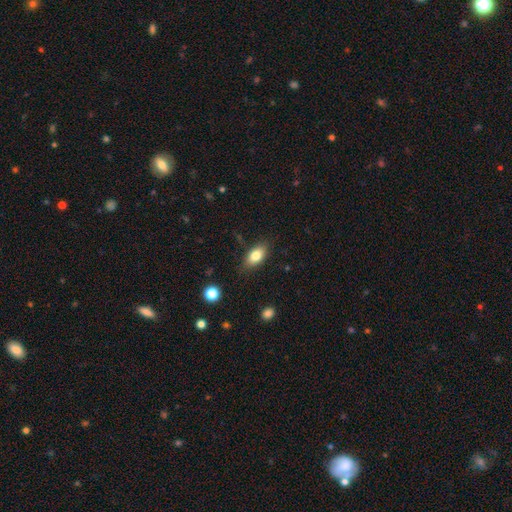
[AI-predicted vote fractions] Smooth or featured? smooth (81%)
How rounded? in between (88%)
Merging? none (80%)